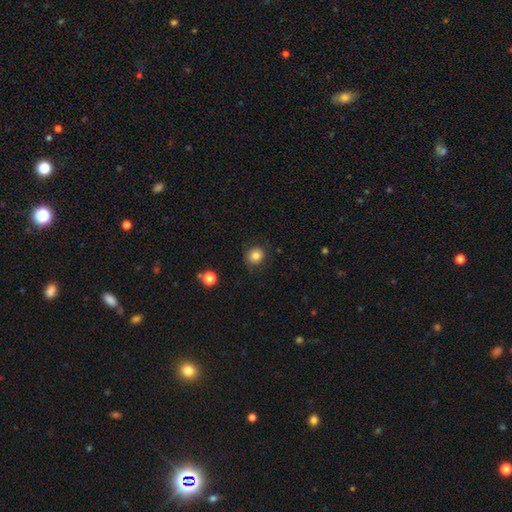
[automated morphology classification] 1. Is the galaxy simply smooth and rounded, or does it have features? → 80% smooth, 11% star or artifact, 9% featured or disk.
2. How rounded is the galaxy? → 88% round, 11% in between, 1% cigar-shaped.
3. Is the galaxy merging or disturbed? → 82% none, 13% minor disturbance, 4% major disturbance, 1% merger.